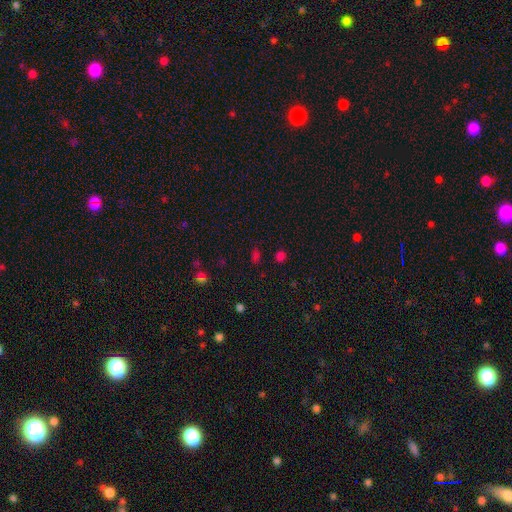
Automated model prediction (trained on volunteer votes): The model was most divided on "smooth or featured": smooth: 59%, star or artifact: 36%, featured or disk: 5%. More confident: merging — none (78%); how rounded — in between (66%).